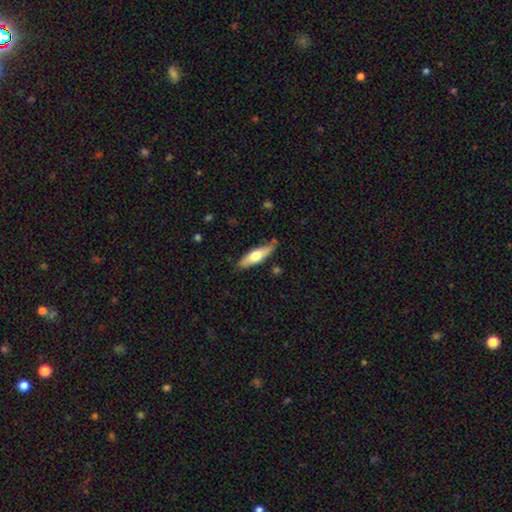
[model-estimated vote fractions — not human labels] This is possibly a smooth galaxy (56%). How rounded: likely cigar-shaped (61%). Merging: likely none (80%).